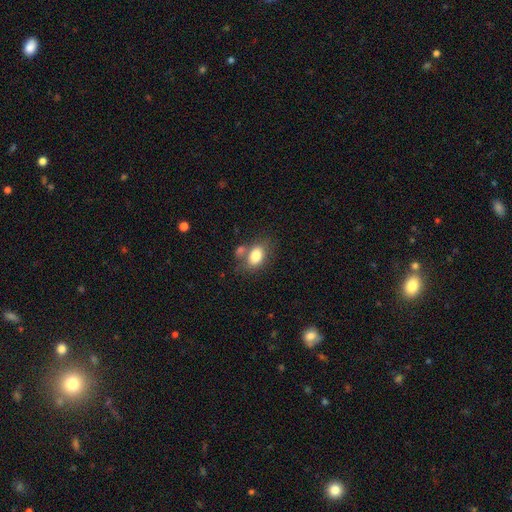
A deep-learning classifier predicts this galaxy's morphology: Smooth or featured? smooth (80%)
How rounded? in between (84%)
Merging? none (55%)